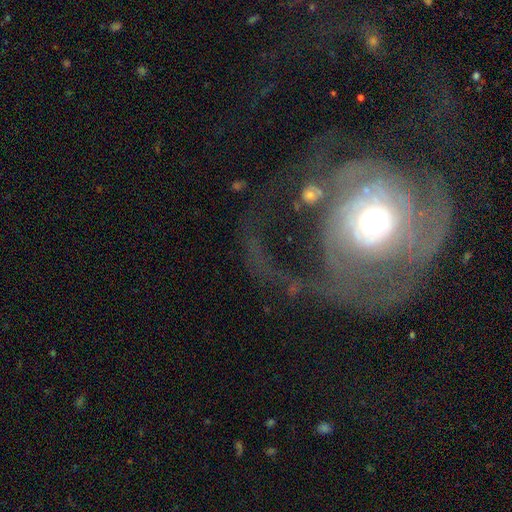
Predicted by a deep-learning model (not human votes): This appears to be a featured or disk galaxy (67%) with no bar (79%), spiral arms (66%) and a moderate central bulge (63%). Merging: major disturbance (52%).